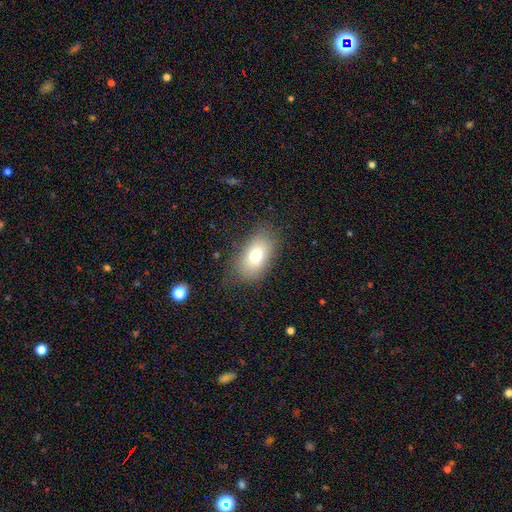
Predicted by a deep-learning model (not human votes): Smooth or featured? smooth (75%)
How rounded? in between (88%)
Merging? none (78%)